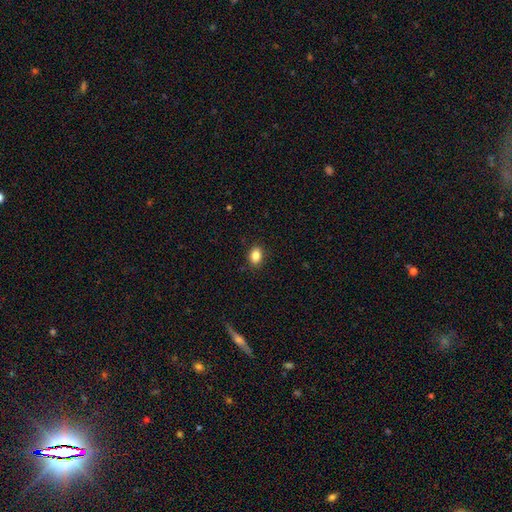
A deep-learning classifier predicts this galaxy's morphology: smooth-or-featured: smooth: 85% | star or artifact: 10% | featured or disk: 6%
  how-rounded: in between: 70% | round: 28% | cigar-shaped: 1%
  merging: none: 88% | minor disturbance: 8% | major disturbance: 2% | merger: 1%